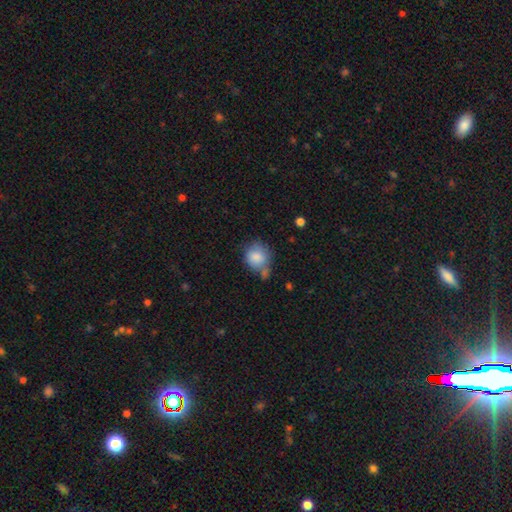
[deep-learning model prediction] A smooth galaxy with no disk features (84%) that is round (79%). Merging: none (52%).